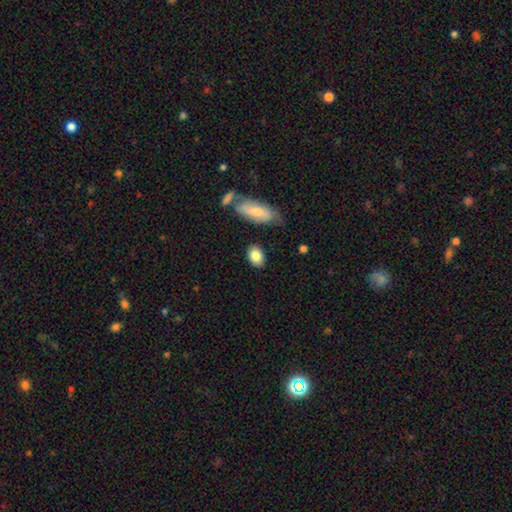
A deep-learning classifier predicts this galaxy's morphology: Smooth or featured? smooth (84%)
How rounded? in between (77%)
Merging? none (80%)